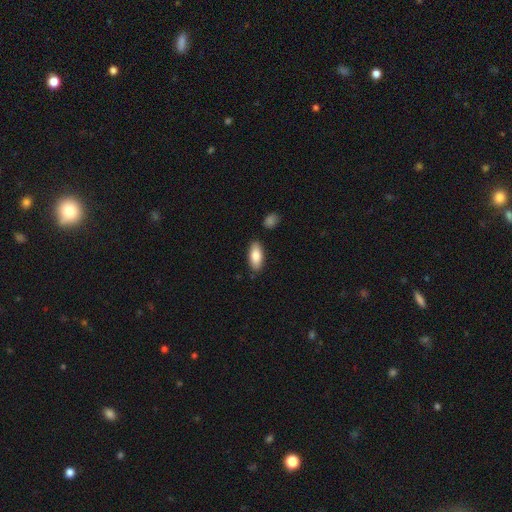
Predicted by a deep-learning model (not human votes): This is clearly a smooth galaxy (83%). How rounded: clearly in between (86%). Merging: clearly none (85%).